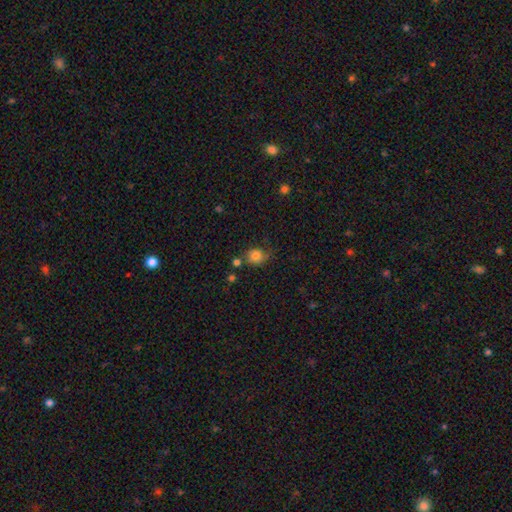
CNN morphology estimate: Smooth or featured?
  - smooth: 78% *
  - star or artifact: 11%
  - featured or disk: 11%
How rounded?
  - round: 69% *
  - in between: 30%
  - cigar-shaped: 1%
Merging?
  - none: 53% *
  - minor disturbance: 27%
  - major disturbance: 12%
  - merger: 8%